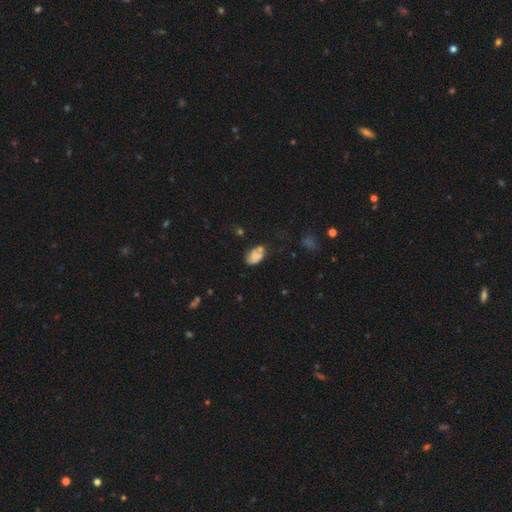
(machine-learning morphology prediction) Overall: smooth (59%; featured or disk 30%). How rounded: in between (87%). Merging: none (47%; minor disturbance 25%).